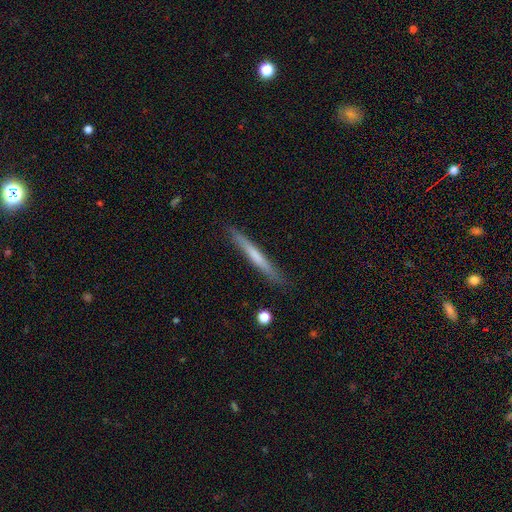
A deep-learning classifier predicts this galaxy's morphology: The model was most divided on "smooth or featured": smooth: 56%, featured or disk: 39%, star or artifact: 6%. More confident: how rounded — cigar-shaped (97%); merging — none (88%).